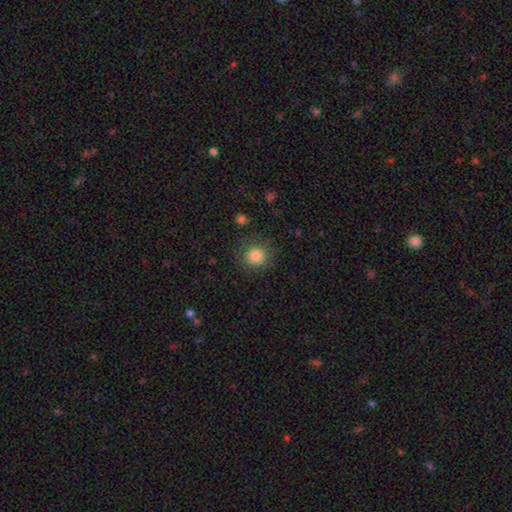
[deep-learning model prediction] This is clearly a smooth galaxy (84%). How rounded: clearly round (91%). Merging: clearly none (84%).